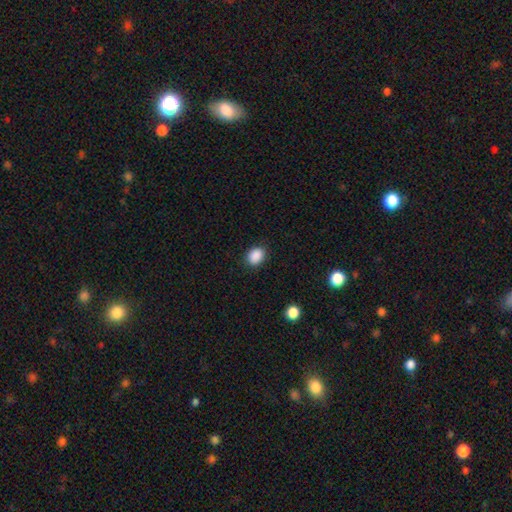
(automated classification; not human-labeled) Smooth or featured? Predicted: smooth (p=0.89). How rounded? Predicted: in between (p=0.63). Merging? Predicted: none (p=0.87).